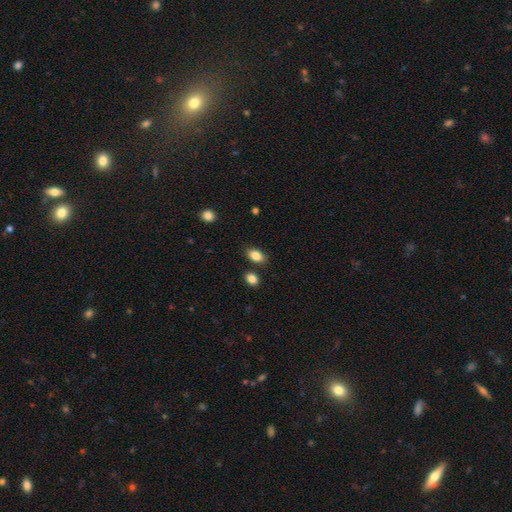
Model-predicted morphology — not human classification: Smooth or featured? Predicted: smooth (p=0.86). How rounded? Predicted: in between (p=0.85). Merging? Predicted: none (p=0.82).